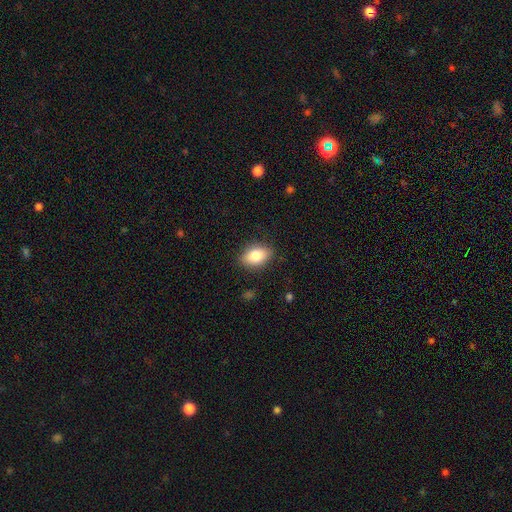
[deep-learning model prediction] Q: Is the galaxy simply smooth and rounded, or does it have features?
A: smooth — 81%.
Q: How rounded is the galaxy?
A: in between — 86%.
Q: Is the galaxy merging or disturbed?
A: none — 85%.